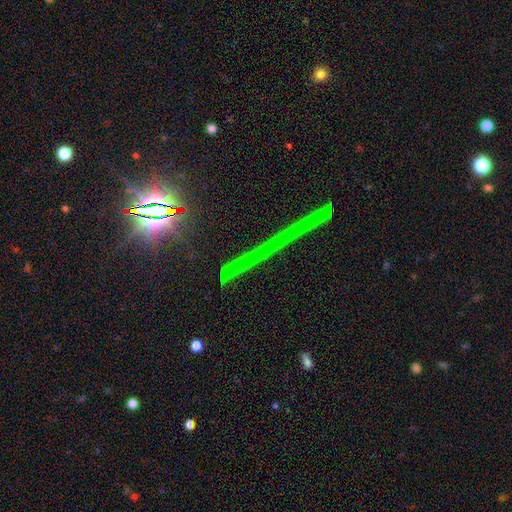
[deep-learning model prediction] Morphology: type=featured or disk (43%, tied with star or artifact); merging=none (90%).